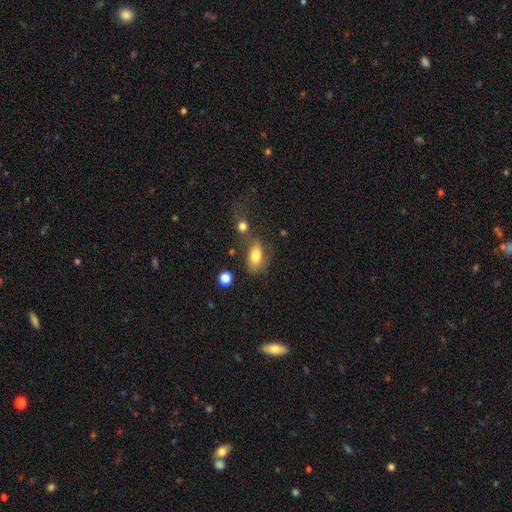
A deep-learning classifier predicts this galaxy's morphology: Overall: smooth (79%). How rounded: in between (86%). Merging: none (59%; minor disturbance 20%).